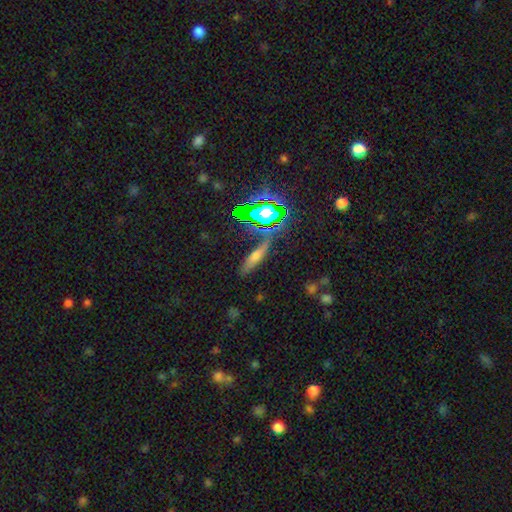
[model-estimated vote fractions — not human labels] Smooth or featured? smooth (51%)
How rounded? cigar-shaped (68%)
Merging? none (72%)